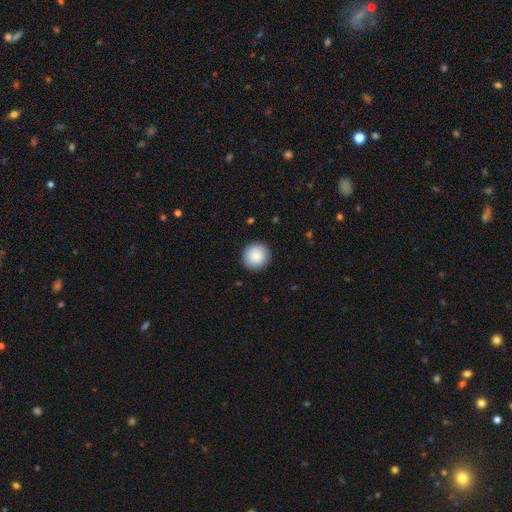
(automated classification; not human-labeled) A smooth galaxy with no disk features (88%) that is round (96%). Merging: none (90%).